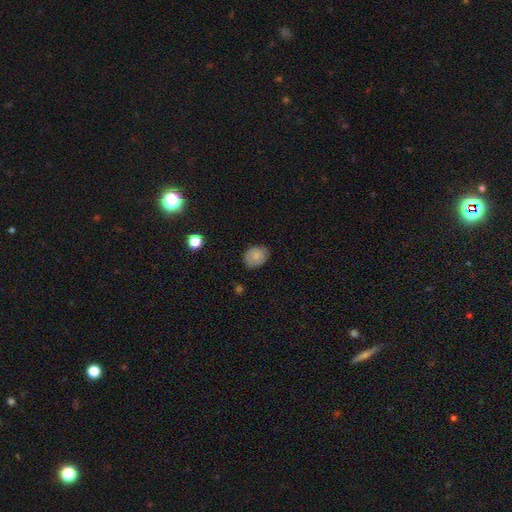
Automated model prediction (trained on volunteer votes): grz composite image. It shows a smooth galaxy with no disk features (75%) that is in between round and cigar-shaped (57%). Merging: none (78%).